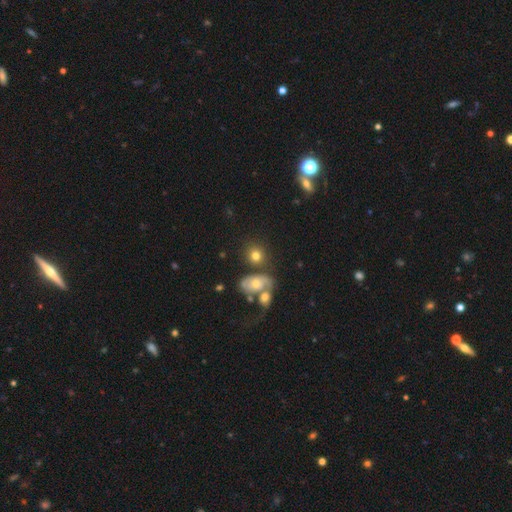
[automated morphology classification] Smooth or featured: smooth — 71% (featured or disk — 19%)
How rounded: round — 69% (in between — 30%)
Merging: none — 54% (merger — 28%)